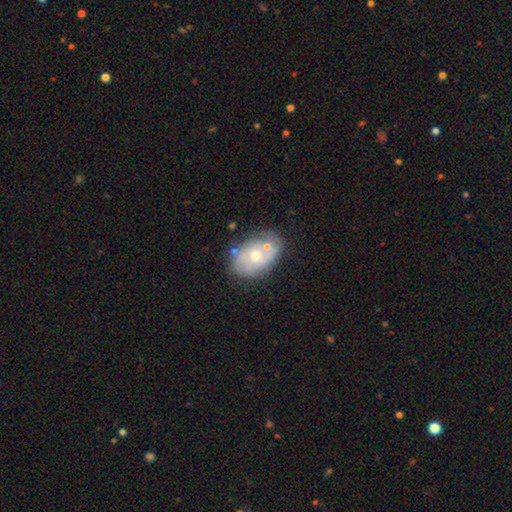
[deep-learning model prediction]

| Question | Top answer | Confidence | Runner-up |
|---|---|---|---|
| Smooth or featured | featured or disk | 59% | smooth (33%) |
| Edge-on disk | no | 96% | yes (4%) |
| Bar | no | 79% | weak (18%) |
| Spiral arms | yes | 61% | no (39%) |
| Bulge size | moderate | 63% | small (31%) |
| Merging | none | 59% | minor disturbance (22%) |